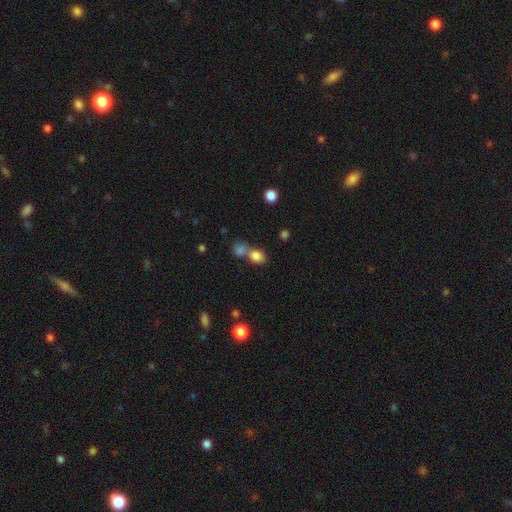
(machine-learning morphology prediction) A smooth galaxy with no disk features (82%) that is in between round and cigar-shaped (53%). Merging: merger (52%).